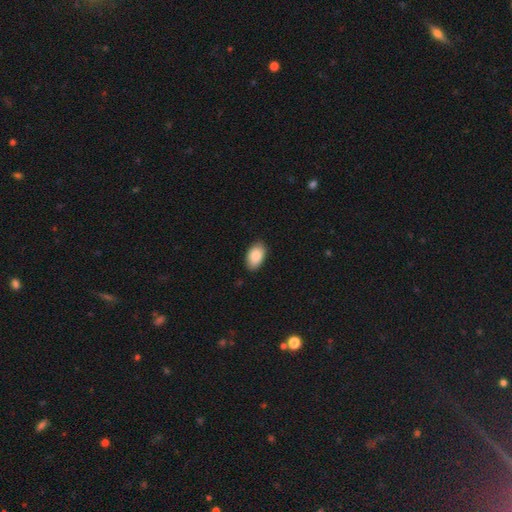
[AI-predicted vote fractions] Smooth or featured? Predicted: smooth (p=0.89). How rounded? Predicted: in between (p=0.94). Merging? Predicted: none (p=0.85).